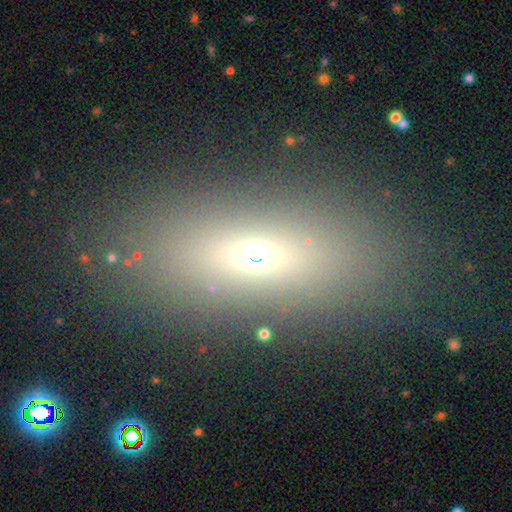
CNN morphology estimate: Q: Smooth or featured?
A: smooth (56%); runner-up: featured or disk (23%)
Q: How rounded?
A: in between (68%); runner-up: cigar-shaped (23%)
Q: Merging?
A: none (81%); runner-up: minor disturbance (10%)